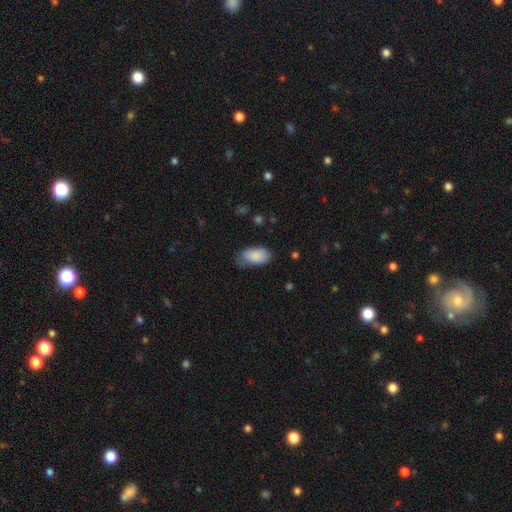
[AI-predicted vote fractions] The model was most divided on "merging": none: 58%, minor disturbance: 32%, major disturbance: 8%, merger: 2%. More confident: how rounded — in between (94%); smooth or featured — smooth (88%).